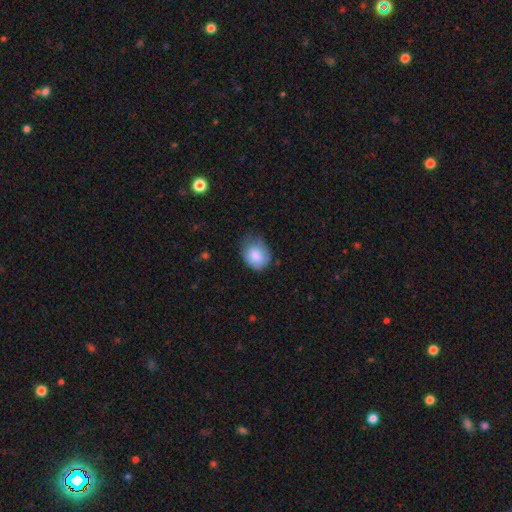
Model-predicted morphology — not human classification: Q: Smooth or featured?
A: smooth (83%); runner-up: featured or disk (10%)
Q: How rounded?
A: round (53%); runner-up: in between (46%)
Q: Merging?
A: none (48%); runner-up: minor disturbance (39%)